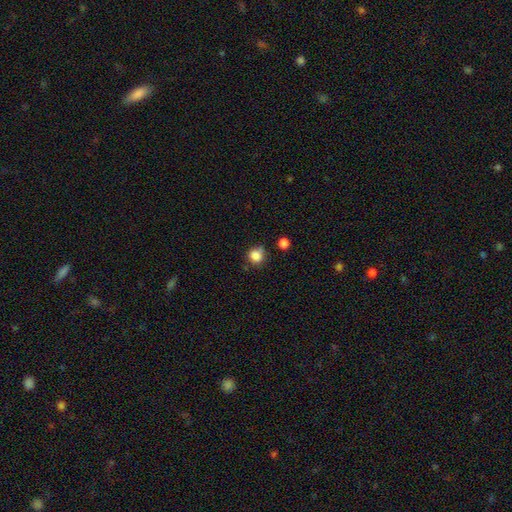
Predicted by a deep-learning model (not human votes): Smooth or featured? Predicted: smooth (p=0.85). How rounded? Predicted: round (p=0.84). Merging? Predicted: none (p=0.66).